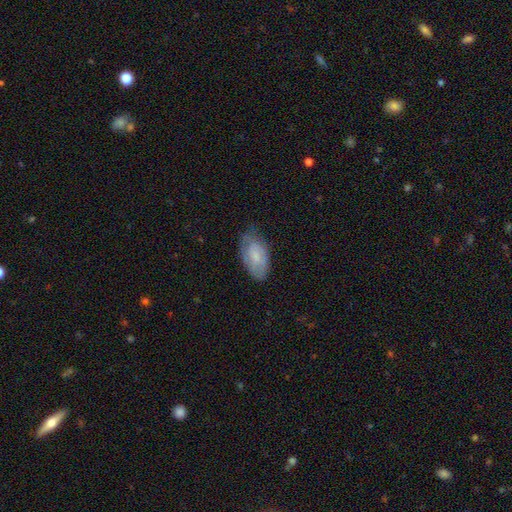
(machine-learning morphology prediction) A smooth galaxy with no disk features (62%) that is in between round and cigar-shaped (93%).

Vote fractions:
- Smooth or featured? smooth: 62% / featured or disk: 31% / star or artifact: 7%
- How rounded? in between: 93% / round: 4% / cigar-shaped: 3%
- Merging? none: 59% / minor disturbance: 31% / major disturbance: 8% / merger: 1%